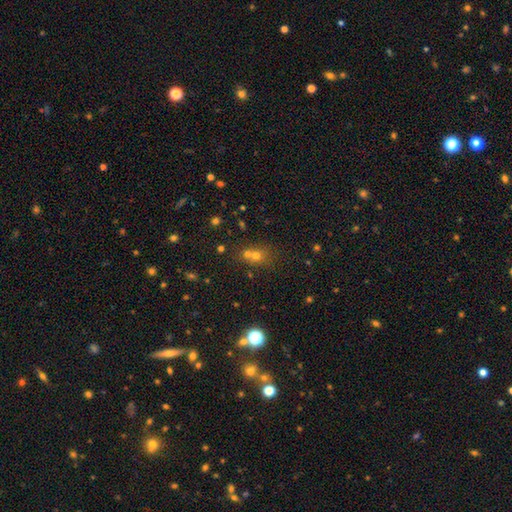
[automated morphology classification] Smooth or featured? smooth (60%)
How rounded? round (77%)
Merging? merger (49%)